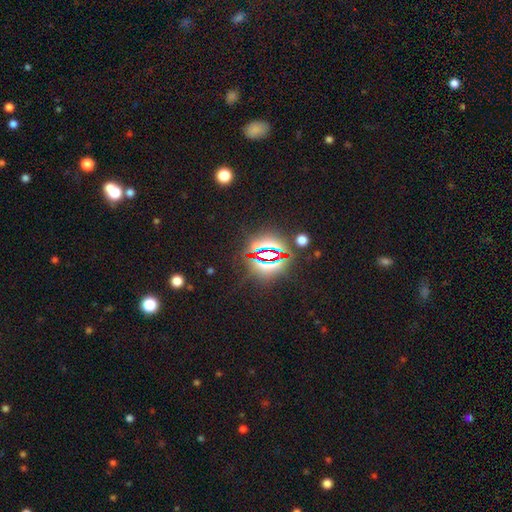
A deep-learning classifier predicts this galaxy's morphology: A star or artifact, not a galaxy (83%).